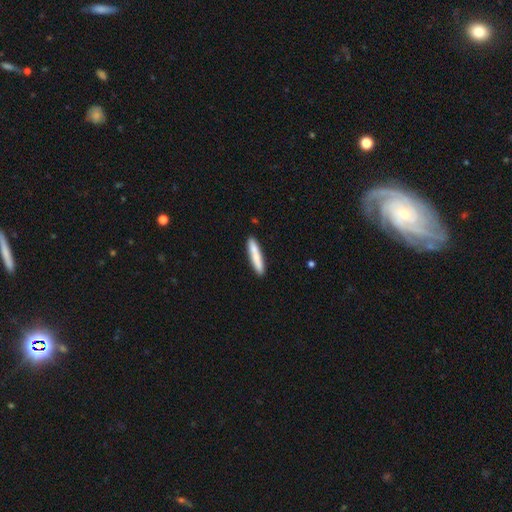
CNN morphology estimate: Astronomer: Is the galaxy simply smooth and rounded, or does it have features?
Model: smooth — 75%.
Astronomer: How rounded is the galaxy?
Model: cigar-shaped — 91%.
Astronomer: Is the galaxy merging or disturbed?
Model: none — 85%.